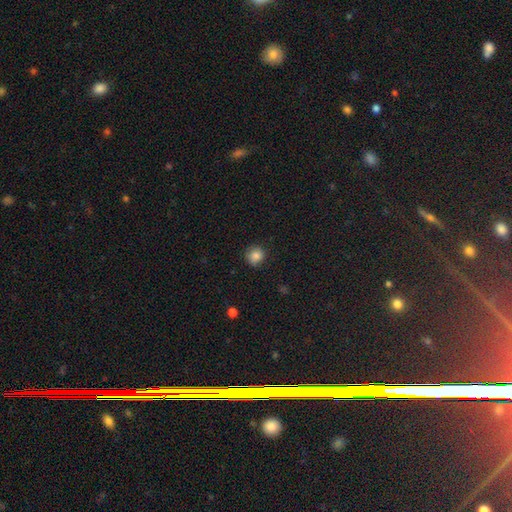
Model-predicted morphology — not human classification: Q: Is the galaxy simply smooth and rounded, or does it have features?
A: smooth — 85%.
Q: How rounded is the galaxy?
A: round — 88%.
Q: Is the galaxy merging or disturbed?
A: none — 83%.